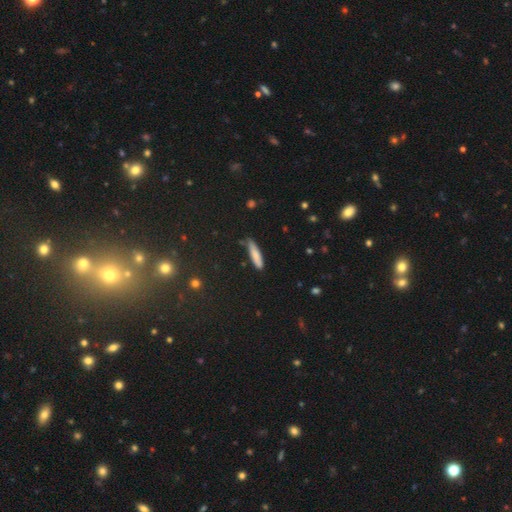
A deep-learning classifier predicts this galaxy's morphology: This appears to be a smooth galaxy with no disk features (79%) that is cigar-shaped (83%). Merging: none (78%).